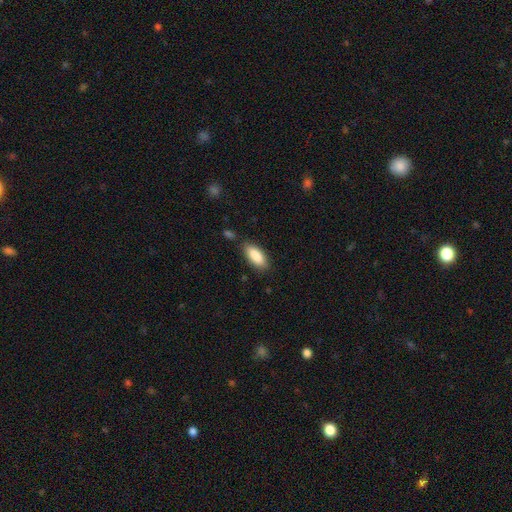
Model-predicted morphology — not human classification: A smooth galaxy with no disk features (88%) that is in between round and cigar-shaped (80%). Merging: none (81%).